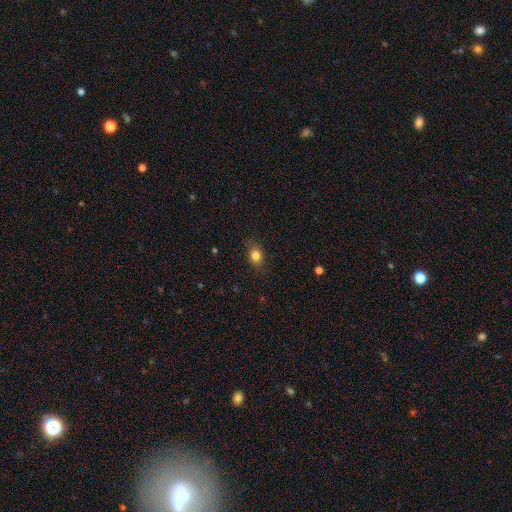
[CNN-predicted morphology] type=smooth (82%); roundness=in between (66%); merging=none (82%).